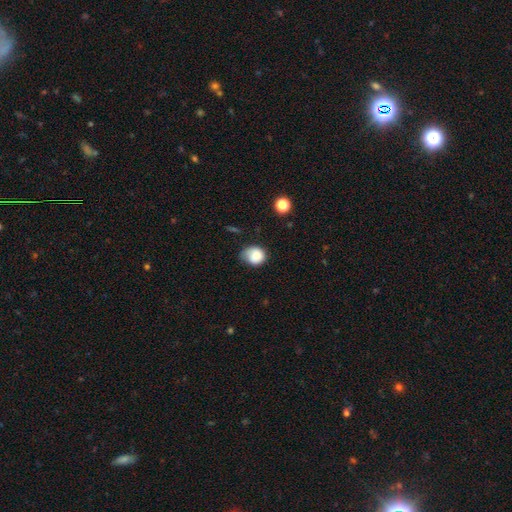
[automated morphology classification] This appears to be a smooth galaxy with no disk features (78%) that is round (66%). Merging: none (44%).